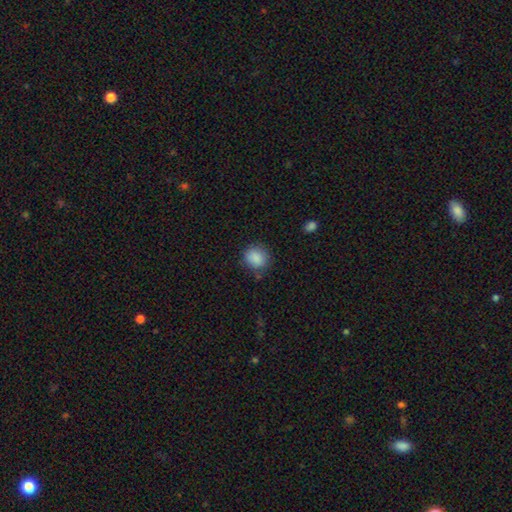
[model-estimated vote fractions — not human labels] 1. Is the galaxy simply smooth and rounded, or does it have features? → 87% smooth, 8% star or artifact, 4% featured or disk.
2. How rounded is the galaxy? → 73% round, 26% in between, 1% cigar-shaped.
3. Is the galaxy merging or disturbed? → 79% none, 15% minor disturbance, 4% major disturbance, 3% merger.